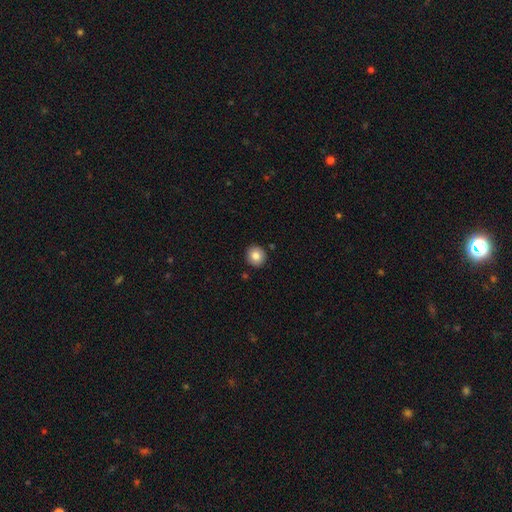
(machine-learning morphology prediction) smooth 82%, featured or disk 9%, star or artifact 9%. Down the decision tree: how rounded — round (92%); merging — none (91%).